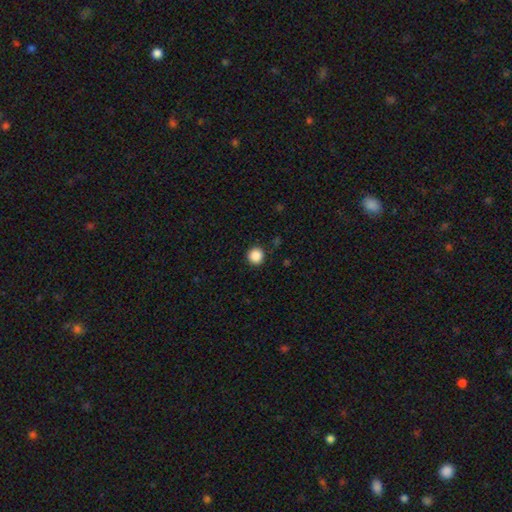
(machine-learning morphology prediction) This appears to be a smooth galaxy with no disk features (87%) that is round (95%). Merging: none (92%).